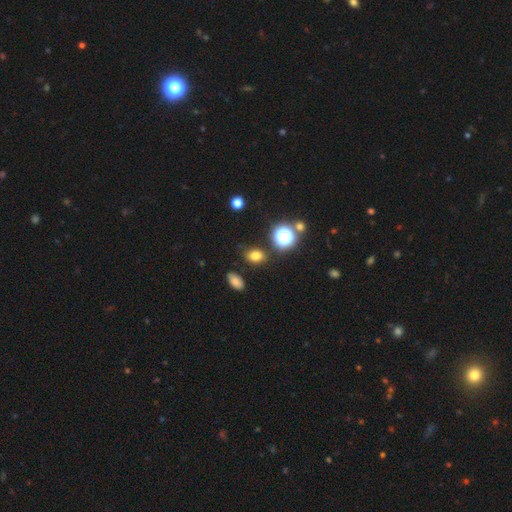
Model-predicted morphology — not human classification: This appears to be a smooth galaxy with no disk features (74%) that is in between round and cigar-shaped (68%). Merging: none (83%).